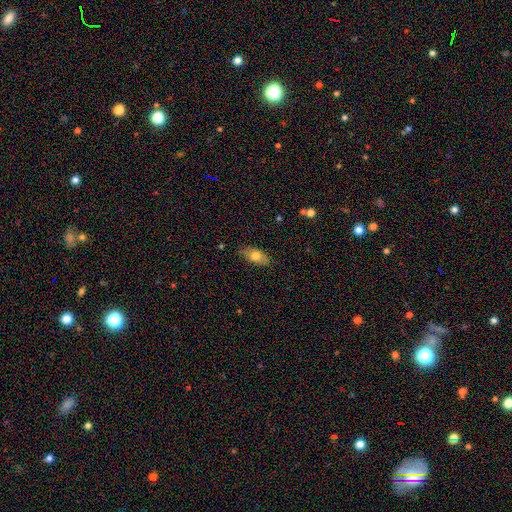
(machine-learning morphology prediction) smooth 72%, featured or disk 20%, star or artifact 7%. Down the decision tree: how rounded — in between (85%); merging — none (83%).